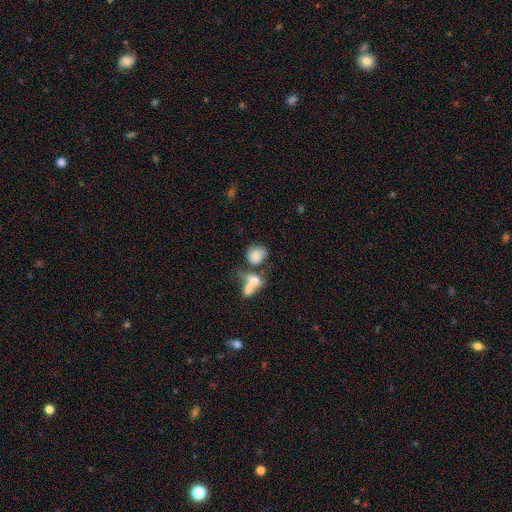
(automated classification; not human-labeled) Smooth or featured? Predicted: smooth (p=0.67). How rounded? Predicted: round (p=0.61). Merging? Predicted: merger (p=0.49).